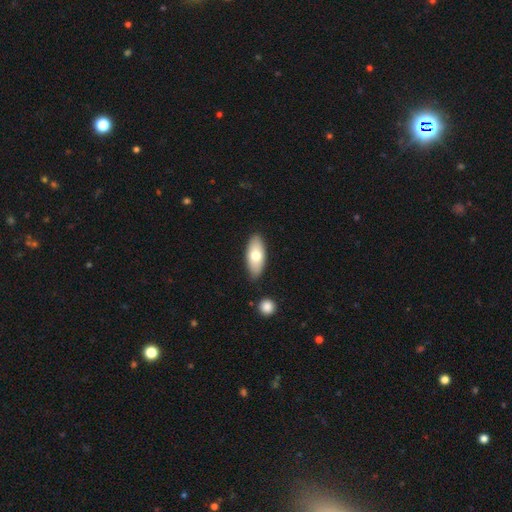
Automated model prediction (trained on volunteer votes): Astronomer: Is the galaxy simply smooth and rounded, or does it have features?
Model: smooth — 70%.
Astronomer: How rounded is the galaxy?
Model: in between — 84%.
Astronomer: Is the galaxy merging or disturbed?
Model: none — 84%.